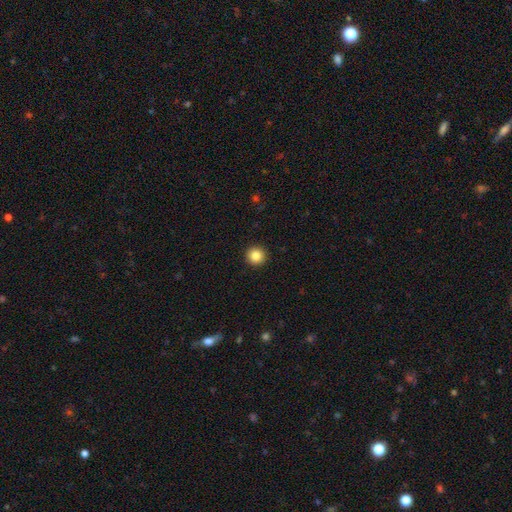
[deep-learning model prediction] A smooth galaxy with no disk features (85%) that is round (95%). Merging: none (94%).